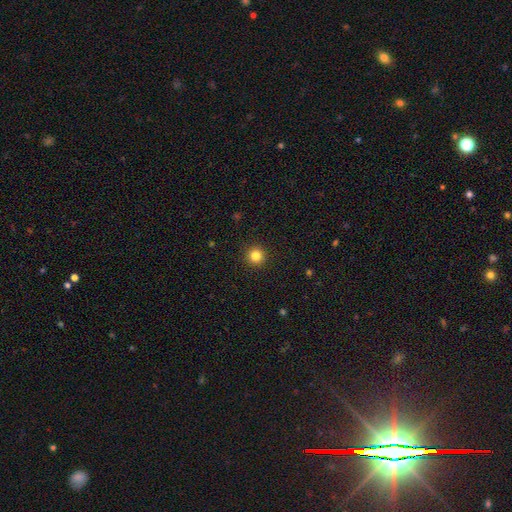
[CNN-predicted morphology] Smooth or featured? Predicted: smooth (p=0.83). How rounded? Predicted: round (p=0.96). Merging? Predicted: none (p=0.93).